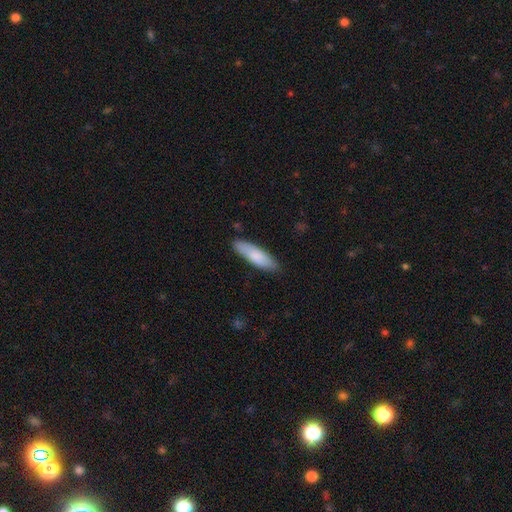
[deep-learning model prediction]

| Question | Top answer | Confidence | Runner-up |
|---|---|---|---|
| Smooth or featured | smooth | 82% | featured or disk (13%) |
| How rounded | cigar-shaped | 60% | in between (38%) |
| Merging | none | 84% | minor disturbance (13%) |